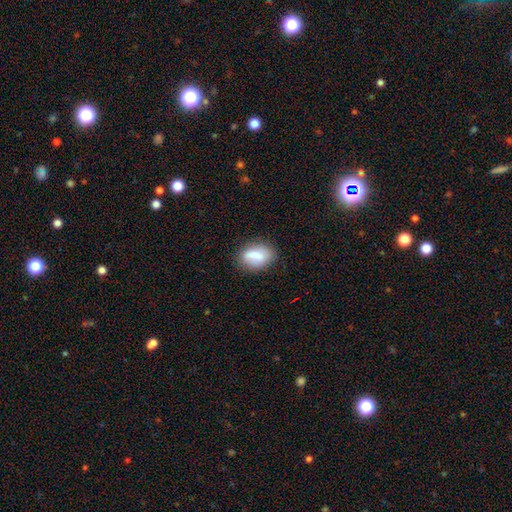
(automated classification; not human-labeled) Smooth or featured? smooth (75%)
How rounded? in between (80%)
Merging? none (76%)